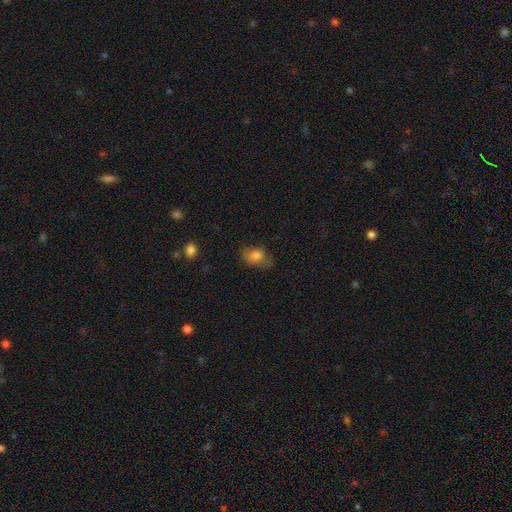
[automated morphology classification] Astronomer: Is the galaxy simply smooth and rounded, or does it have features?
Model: smooth — 76%.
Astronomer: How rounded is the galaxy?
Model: in between — 70%.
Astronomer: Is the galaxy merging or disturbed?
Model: none — 54%.